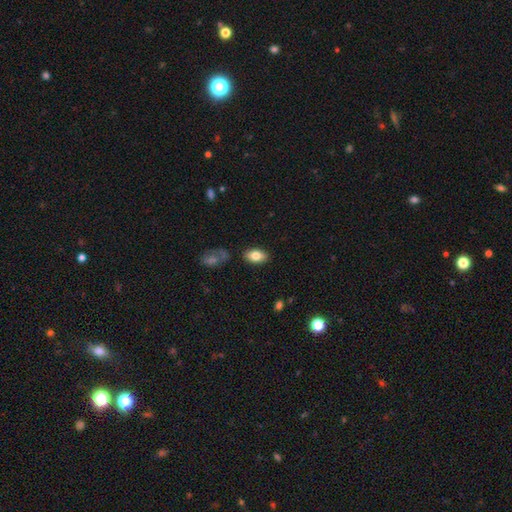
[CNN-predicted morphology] Q: Smooth or featured?
A: smooth (80%); runner-up: featured or disk (12%)
Q: How rounded?
A: in between (91%); runner-up: round (6%)
Q: Merging?
A: none (86%); runner-up: minor disturbance (10%)